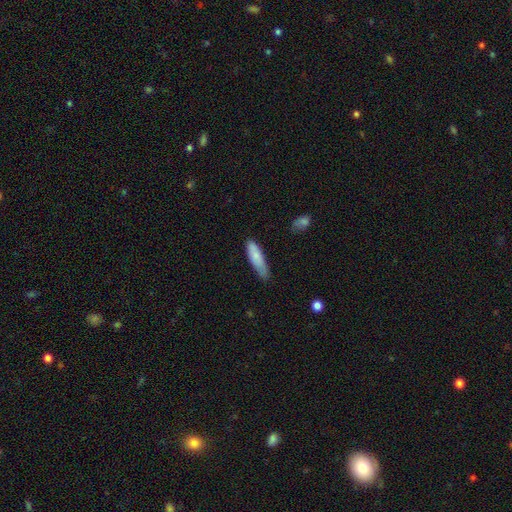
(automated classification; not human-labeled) Smooth or featured?
  - smooth: 80% *
  - featured or disk: 14%
  - star or artifact: 6%
How rounded?
  - cigar-shaped: 59% *
  - in between: 39%
  - round: 2%
Merging?
  - none: 62% *
  - minor disturbance: 30%
  - major disturbance: 5%
  - merger: 2%